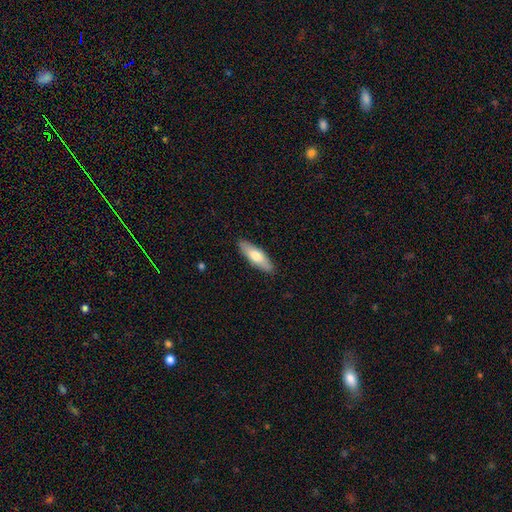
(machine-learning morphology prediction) smooth_or_featured: smooth (p=0.68) [alt: featured or disk p=0.26]
how_rounded: in between (p=0.54) [alt: cigar-shaped p=0.44]
merging: none (p=0.89) [alt: minor disturbance p=0.09]